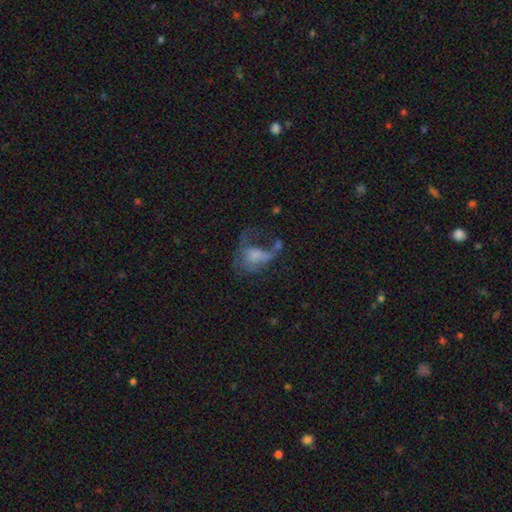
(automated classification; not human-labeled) Smooth or featured?
  - smooth: 47% *
  - featured or disk: 40%
  - star or artifact: 13%
Merging?
  - major disturbance: 58% *
  - none: 18%
  - minor disturbance: 13%
  - merger: 10%